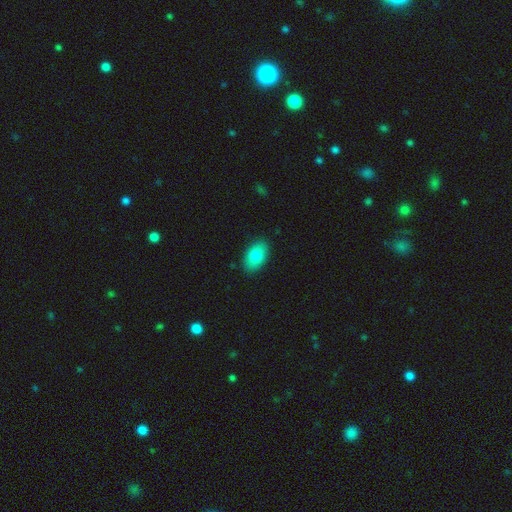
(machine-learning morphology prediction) Overall: smooth (81%). How rounded: in between (92%). Merging: none (88%).